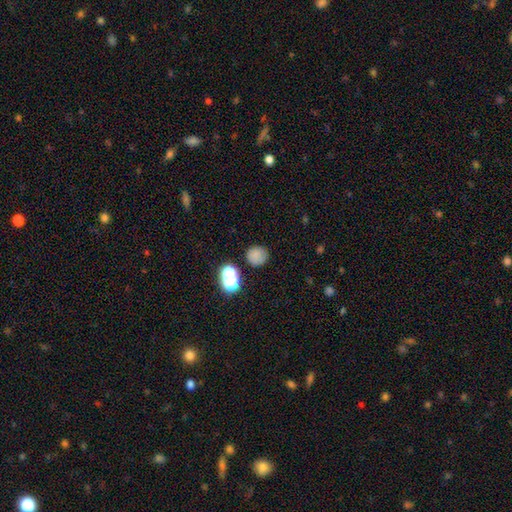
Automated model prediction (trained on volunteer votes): This is likely a smooth galaxy (75%). How rounded: clearly round (83%). Merging: likely none (76%).